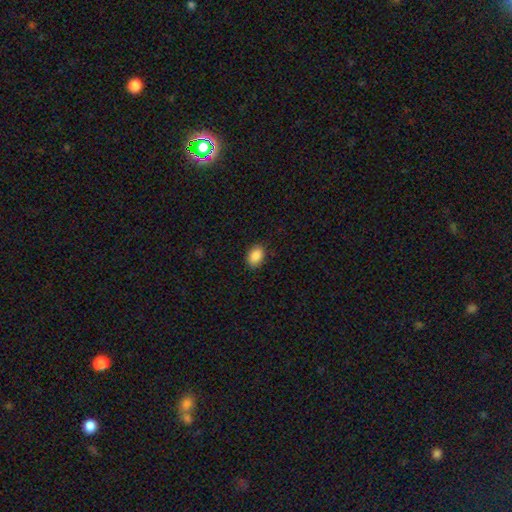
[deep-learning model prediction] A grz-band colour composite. It shows a smooth galaxy with no disk features (89%) that is in between round and cigar-shaped (85%). Merging: none (88%).